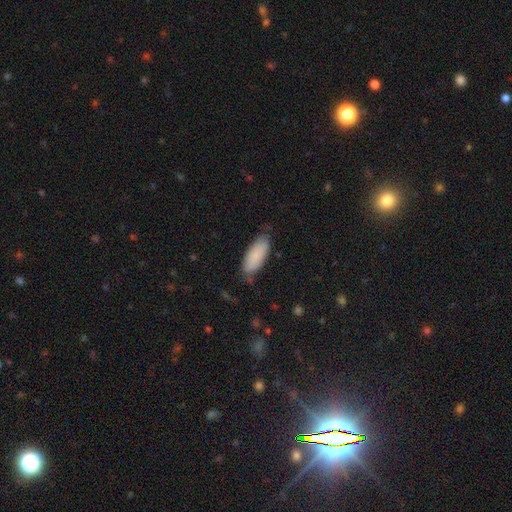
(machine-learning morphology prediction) Smooth or featured? smooth (85%)
How rounded? in between (80%)
Merging? none (73%)